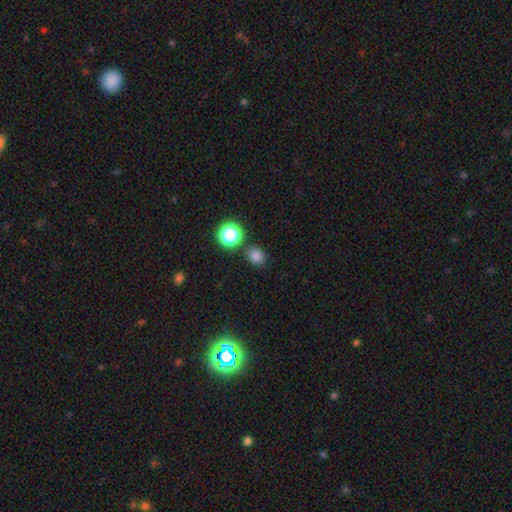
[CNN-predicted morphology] The model was most divided on "how rounded": round: 68%, in between: 31%, cigar-shaped: 1%. More confident: merging — none (82%); smooth or featured — smooth (79%).